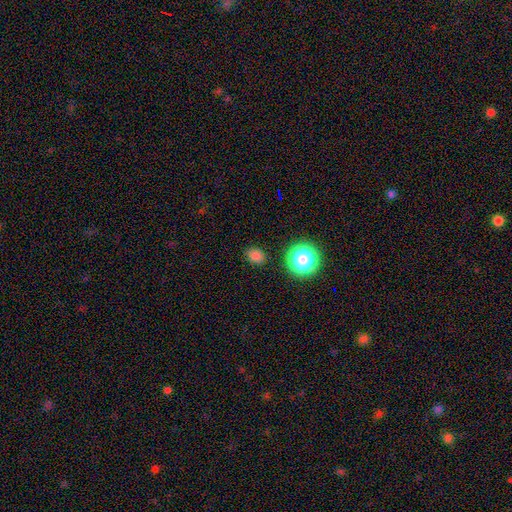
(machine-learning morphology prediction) This appears to be a smooth galaxy with no disk features (76%) that is round (61%). Merging: none (86%).